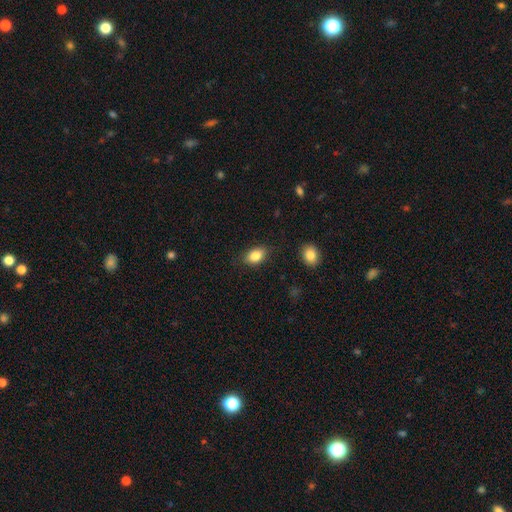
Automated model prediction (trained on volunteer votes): smooth 85%, star or artifact 8%, featured or disk 7%. Down the decision tree: how rounded — in between (86%); merging — none (83%).